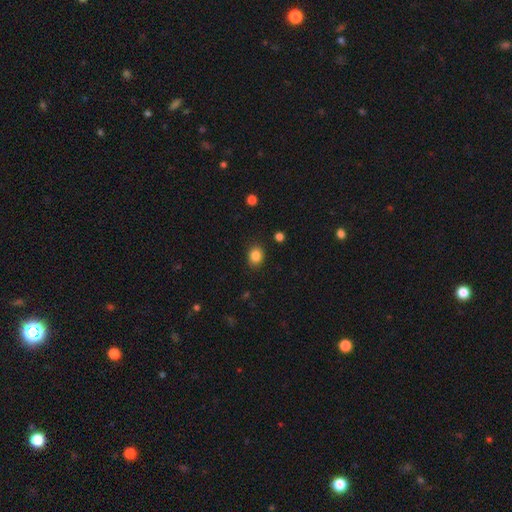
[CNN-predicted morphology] Overall: smooth (85%). How rounded: round (53%; in between 46%). Merging: none (87%).